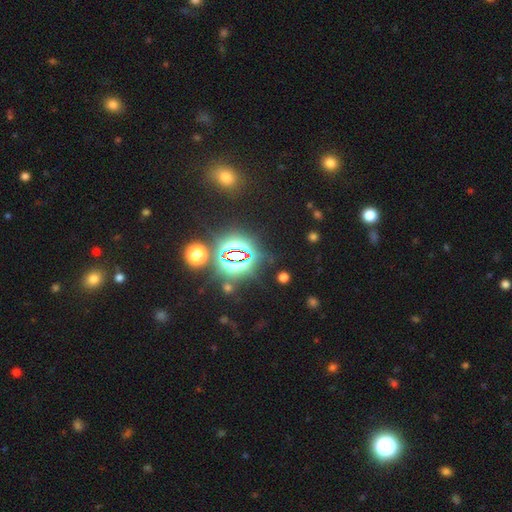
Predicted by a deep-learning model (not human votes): smooth-or-featured: star or artifact: 78% | smooth: 14% | featured or disk: 9%